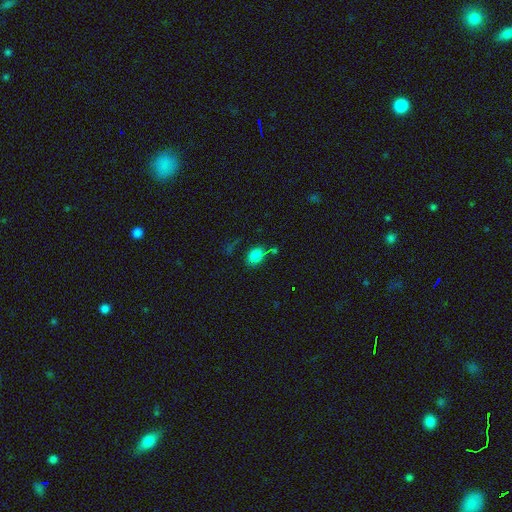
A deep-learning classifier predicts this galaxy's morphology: type=smooth (77%); roundness=in between (64%); merging=none (54%).